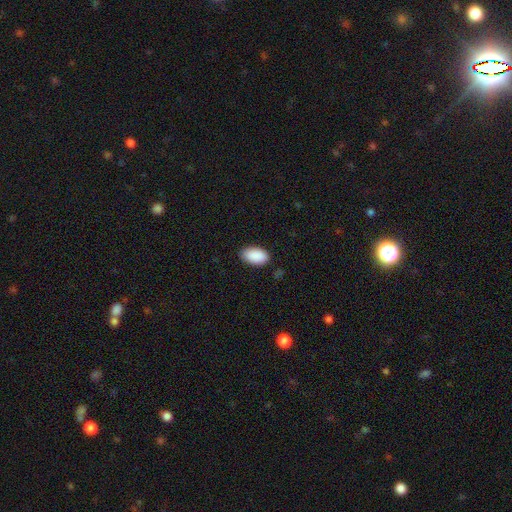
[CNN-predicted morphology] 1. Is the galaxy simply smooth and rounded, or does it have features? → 91% smooth, 6% star or artifact, 3% featured or disk.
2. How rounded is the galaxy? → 95% in between, 3% round, 1% cigar-shaped.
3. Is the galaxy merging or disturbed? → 86% none, 11% minor disturbance, 2% major disturbance, 1% merger.